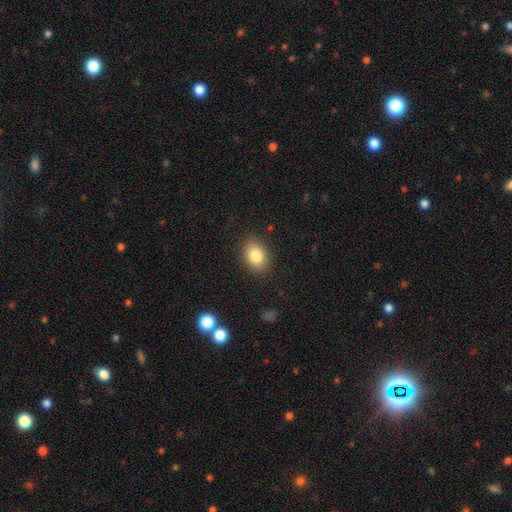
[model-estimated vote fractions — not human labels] This is clearly a smooth galaxy (83%). How rounded: likely in between (67%). Merging: clearly none (85%).